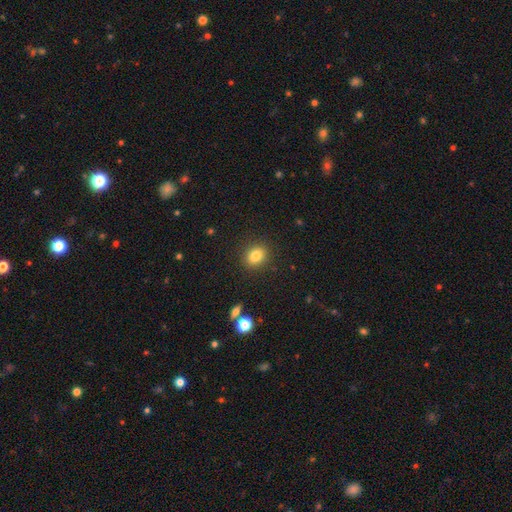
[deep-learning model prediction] Smooth or featured? Predicted: smooth (p=0.82). How rounded? Predicted: round (p=0.57). Merging? Predicted: none (p=0.89).